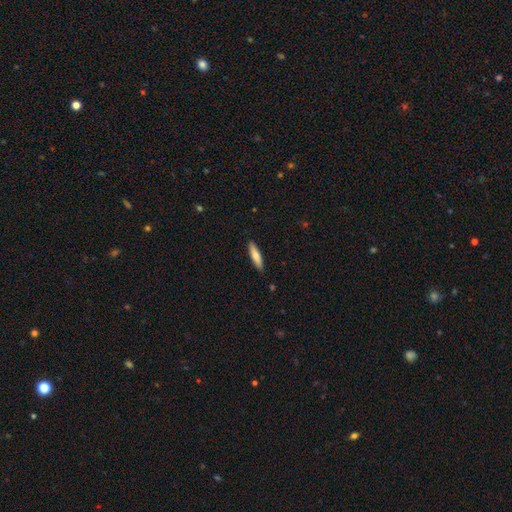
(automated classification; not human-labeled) This appears to be a smooth galaxy with no disk features (71%) that is cigar-shaped (78%). Merging: none (90%).